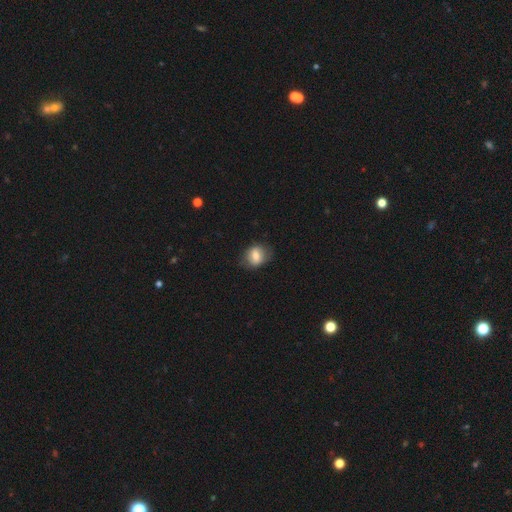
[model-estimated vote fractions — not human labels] Smooth or featured? Predicted: smooth (p=0.64). How rounded? Predicted: in between (p=0.51). Merging? Predicted: none (p=0.73).